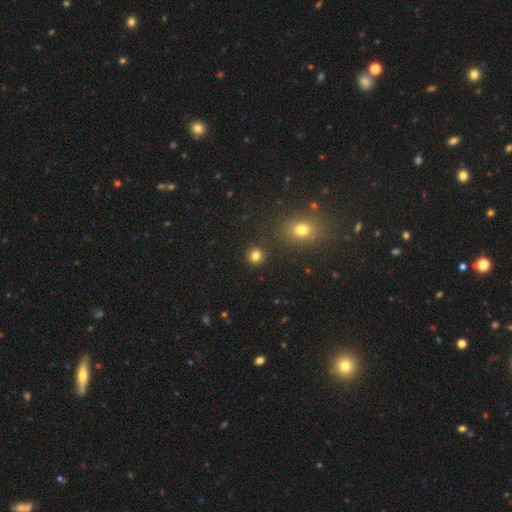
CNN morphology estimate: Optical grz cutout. It shows a smooth galaxy with no disk features (81%) that is round (87%). Merging: none (88%).